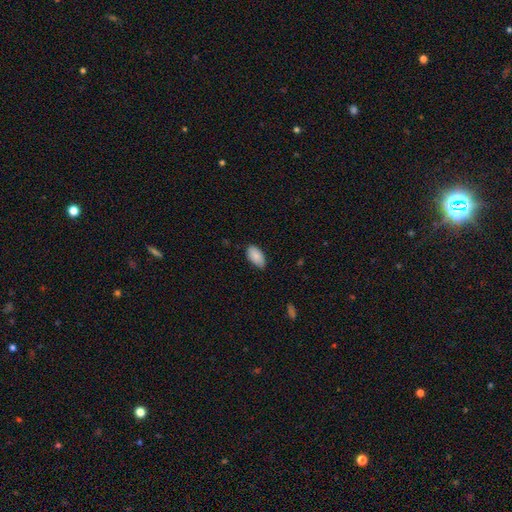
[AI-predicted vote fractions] A smooth galaxy with no disk features (88%) that is in between round and cigar-shaped (95%).

Vote fractions:
- Smooth or featured? smooth: 88% / star or artifact: 6% / featured or disk: 6%
- How rounded? in between: 95% / cigar-shaped: 3% / round: 3%
- Merging? none: 79% / minor disturbance: 18% / major disturbance: 2% / merger: 1%